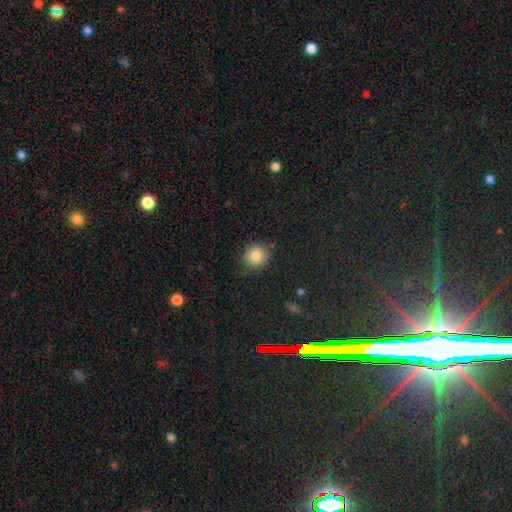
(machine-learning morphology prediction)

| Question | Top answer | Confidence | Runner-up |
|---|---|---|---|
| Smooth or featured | smooth | 83% | star or artifact (10%) |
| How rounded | round | 86% | in between (13%) |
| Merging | none | 84% | minor disturbance (11%) |